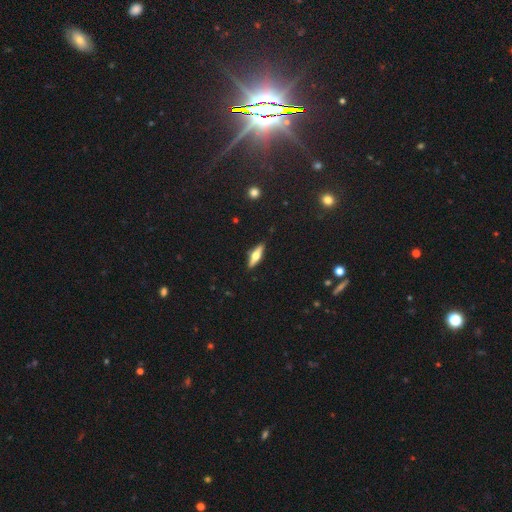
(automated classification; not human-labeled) Smooth or featured? Predicted: featured or disk (p=0.54). Edge-on disk? Predicted: yes (p=0.94). Edge-on bulge? Predicted: rounded (p=0.94). Merging? Predicted: none (p=0.89).